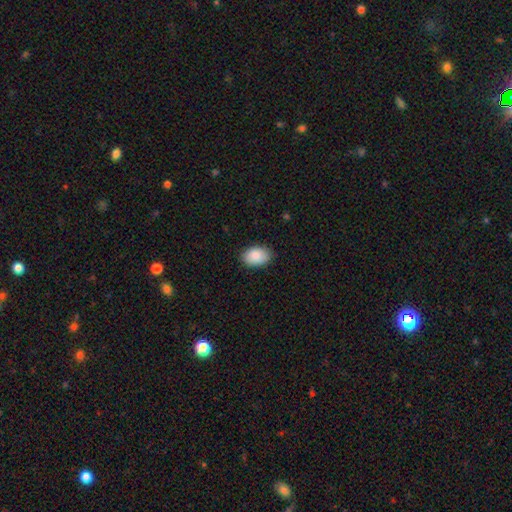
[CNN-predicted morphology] Smooth or featured? Predicted: smooth (p=0.90). How rounded? Predicted: in between (p=0.88). Merging? Predicted: none (p=0.86).